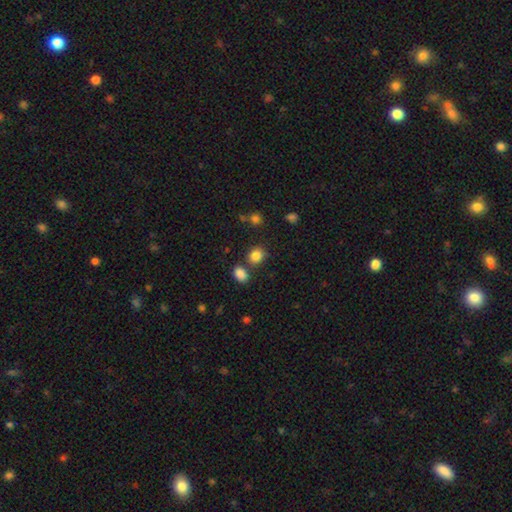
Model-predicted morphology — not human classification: smooth-or-featured: smooth: 84% | star or artifact: 11% | featured or disk: 5%
  how-rounded: round: 69% | in between: 30% | cigar-shaped: 1%
  merging: none: 72% | merger: 15% | minor disturbance: 10% | major disturbance: 3%